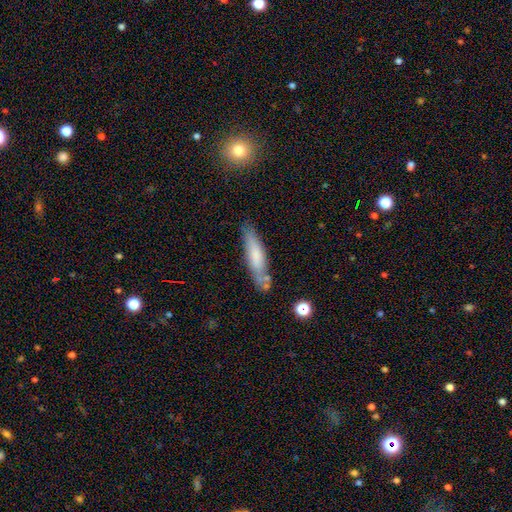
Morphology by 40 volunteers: smooth 62%, featured or disk 25%, star or artifact 12%. Down the decision tree: how rounded — cigar-shaped (84%); merging — none (89%).